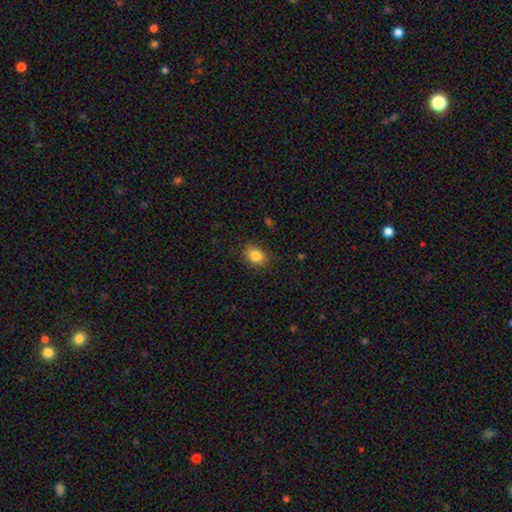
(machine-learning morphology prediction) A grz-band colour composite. It shows a smooth galaxy with no disk features (84%) that is in between round and cigar-shaped (70%). Merging: none (80%).